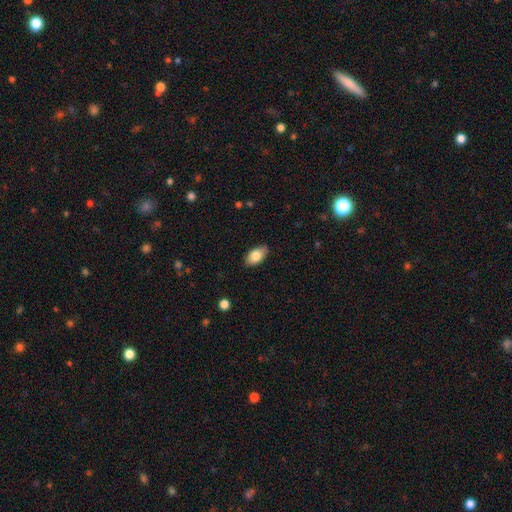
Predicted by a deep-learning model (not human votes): This is clearly a smooth galaxy (80%). How rounded: clearly in between (92%). Merging: clearly none (85%).